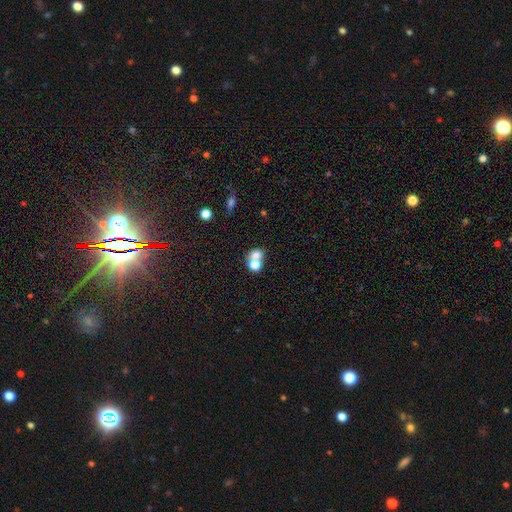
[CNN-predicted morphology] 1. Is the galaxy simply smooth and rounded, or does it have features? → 73% smooth, 15% featured or disk, 12% star or artifact.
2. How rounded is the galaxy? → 59% round, 40% in between, 1% cigar-shaped.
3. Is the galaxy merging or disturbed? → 59% merger, 30% none, 7% minor disturbance, 4% major disturbance.